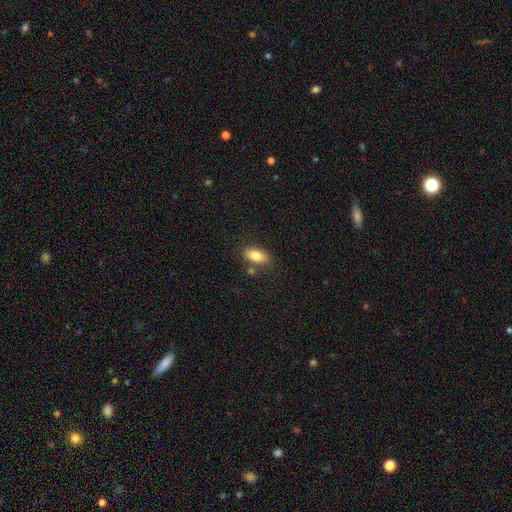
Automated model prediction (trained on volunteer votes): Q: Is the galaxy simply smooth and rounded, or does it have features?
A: smooth — 82%.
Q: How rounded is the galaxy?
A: in between — 88%.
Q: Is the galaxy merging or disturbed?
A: none — 77%.